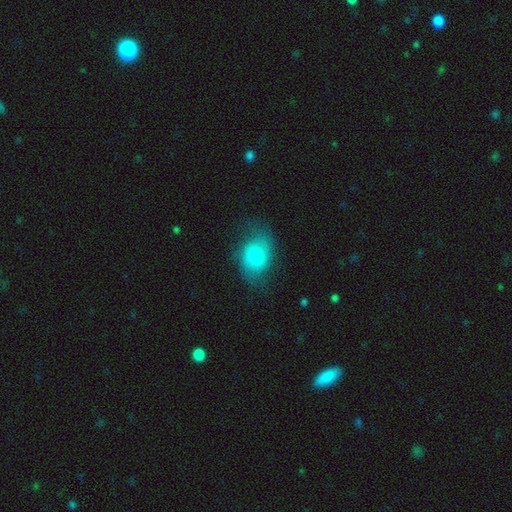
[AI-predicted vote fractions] This appears to be a smooth galaxy with no disk features (52%) that is in between round and cigar-shaped (73%). Merging: none (61%).